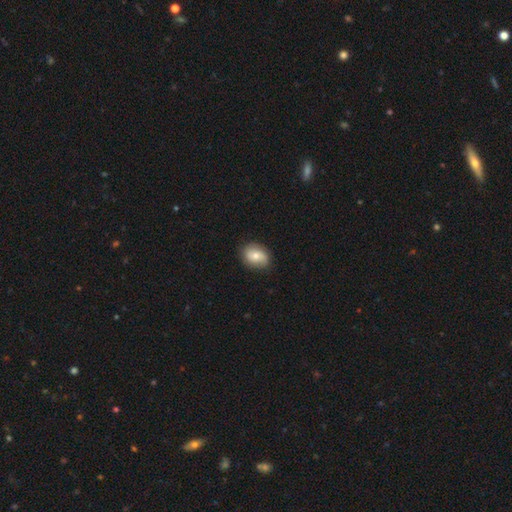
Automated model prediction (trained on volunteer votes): Morphology: type=smooth (64%); roundness=in between (60%); merging=none (82%).